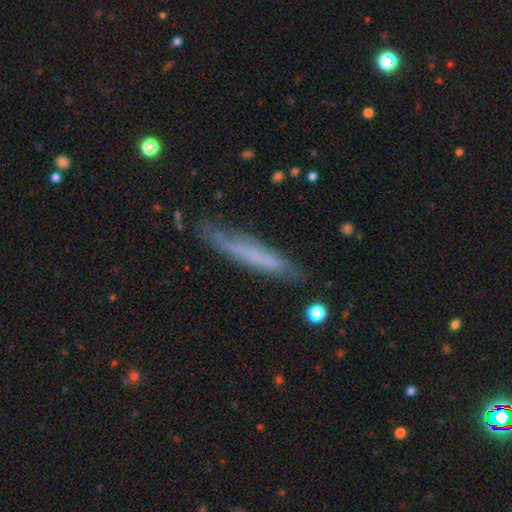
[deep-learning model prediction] Overall: smooth (53%; featured or disk 39%). How rounded: cigar-shaped (94%). Merging: none (73%).